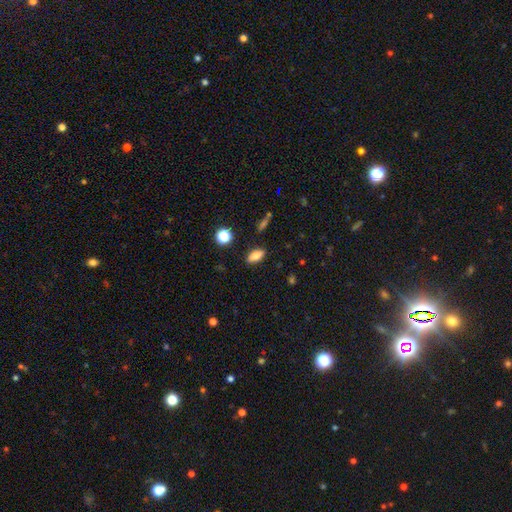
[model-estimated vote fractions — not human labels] Q: Smooth or featured?
A: smooth (74%); runner-up: featured or disk (15%)
Q: How rounded?
A: in between (76%); runner-up: cigar-shaped (18%)
Q: Merging?
A: none (86%); runner-up: minor disturbance (9%)